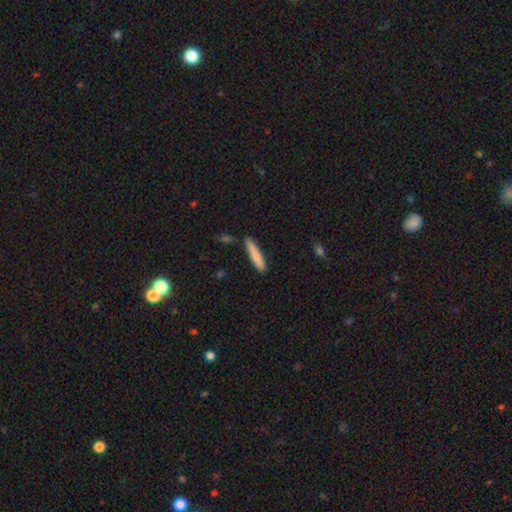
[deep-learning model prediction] Smooth or featured? smooth (81%)
How rounded? cigar-shaped (90%)
Merging? none (84%)